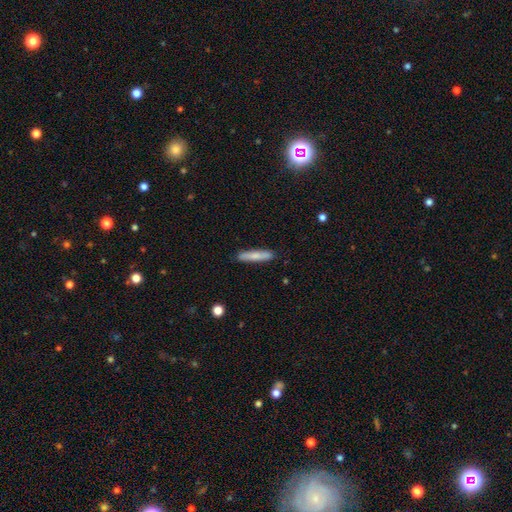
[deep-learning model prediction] Smooth or featured?
  - smooth: 75% *
  - featured or disk: 20%
  - star or artifact: 6%
How rounded?
  - cigar-shaped: 91% *
  - in between: 8%
  - round: 1%
Merging?
  - none: 88% *
  - minor disturbance: 9%
  - major disturbance: 2%
  - merger: 1%